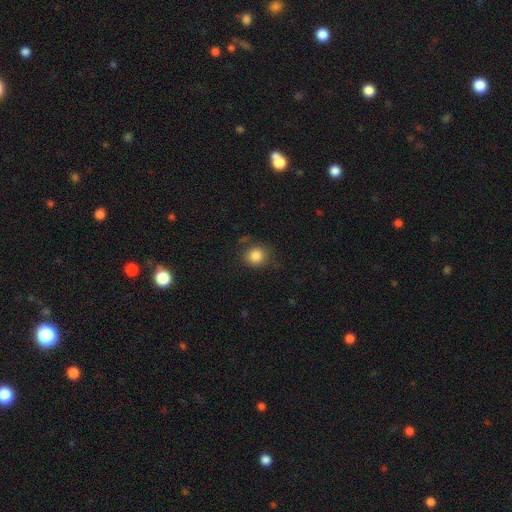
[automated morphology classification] Smooth or featured? smooth (85%)
How rounded? round (84%)
Merging? none (75%)